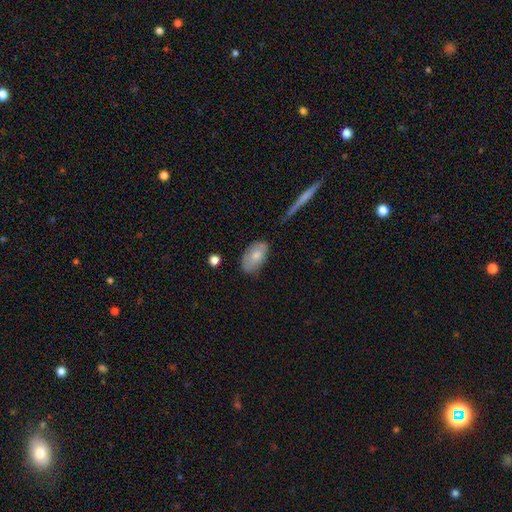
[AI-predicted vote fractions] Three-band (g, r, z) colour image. It shows a smooth galaxy with no disk features (76%) that is in between round and cigar-shaped (92%). Merging: none (71%).